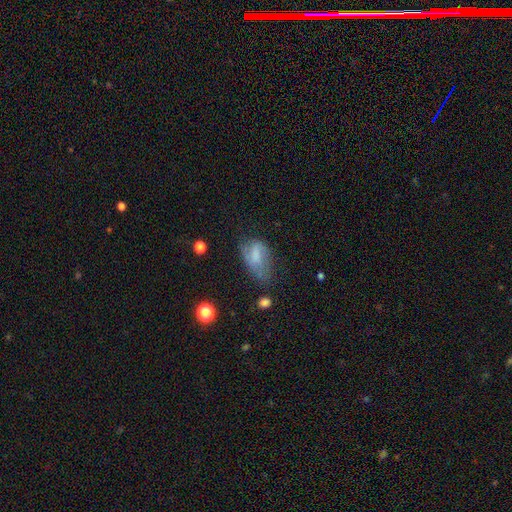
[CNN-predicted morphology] This is possibly a smooth galaxy (56%). How rounded: clearly in between (89%). Merging: marginally none (37%).